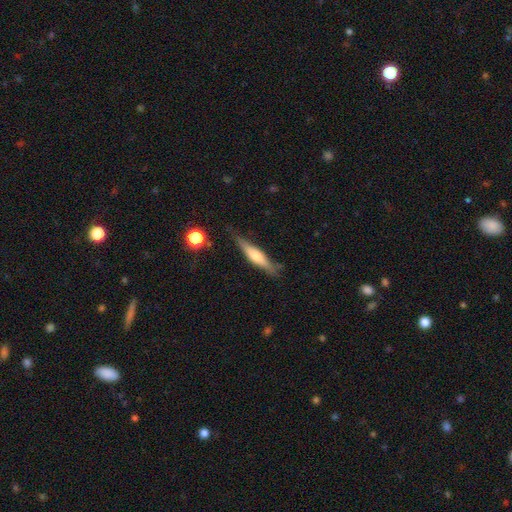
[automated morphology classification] Smooth or featured? Predicted: featured or disk (p=0.52). Edge-on disk? Predicted: yes (p=0.94). Merging? Predicted: none (p=0.80).